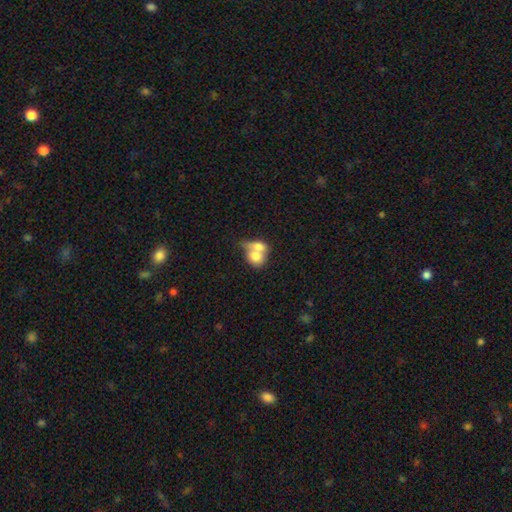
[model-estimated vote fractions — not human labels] smooth_or_featured: smooth (p=0.72) [alt: featured or disk p=0.21]
how_rounded: round (p=0.49) [alt: in between p=0.48]
merging: merger (p=0.74) [alt: none p=0.16]